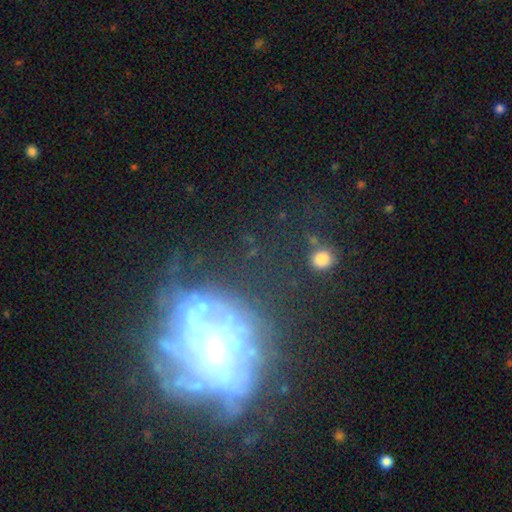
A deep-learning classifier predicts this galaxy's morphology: Smooth or featured? featured or disk (66%)
Edge-on disk? no (94%)
Bar? no (73%)
Spiral arms? no (63%)
Bulge size? moderate (48%)
Merging? none (48%)